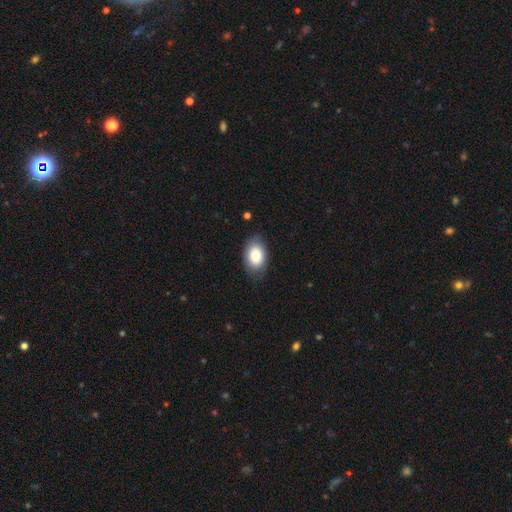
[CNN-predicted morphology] smooth 81%, featured or disk 12%, star or artifact 7%. Down the decision tree: how rounded — in between (90%); merging — none (78%).